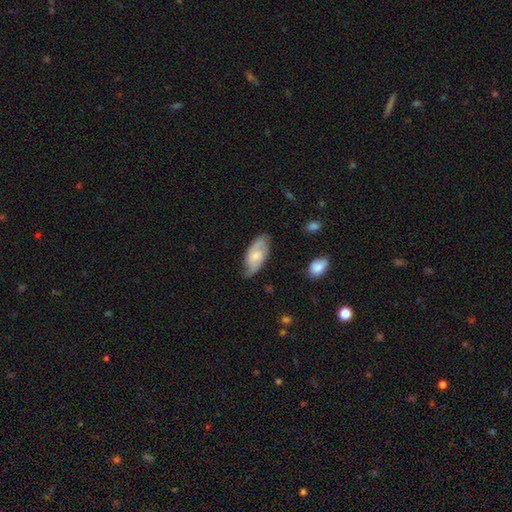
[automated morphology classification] Q: Smooth or featured?
A: featured or disk (56%); runner-up: smooth (38%)
Q: Edge-on disk?
A: no (93%); runner-up: yes (7%)
Q: Bar?
A: no (55%); runner-up: weak (38%)
Q: Spiral arms?
A: yes (89%); runner-up: no (11%)
Q: Bulge size?
A: small (50%); runner-up: moderate (37%)
Q: Merging?
A: none (70%); runner-up: minor disturbance (22%)